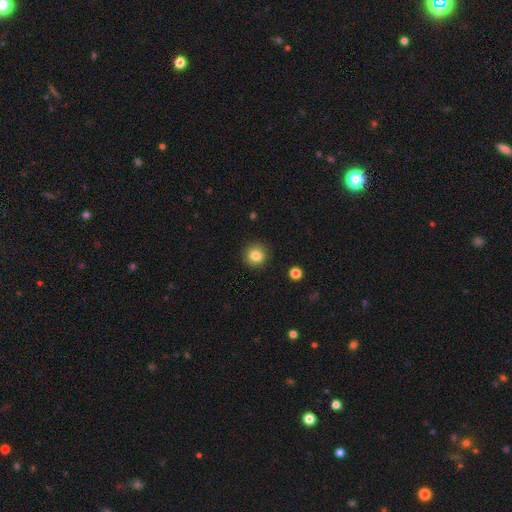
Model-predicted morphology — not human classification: smooth_or_featured: smooth (p=0.84) [alt: star or artifact p=0.10]
how_rounded: round (p=0.90) [alt: in between p=0.09]
merging: none (p=0.90) [alt: minor disturbance p=0.07]